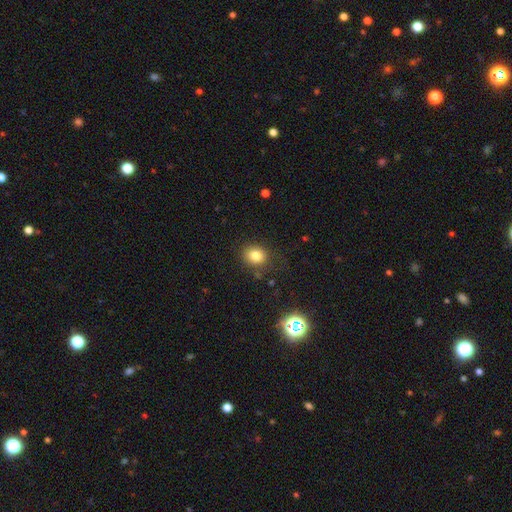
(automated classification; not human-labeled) smooth-or-featured: smooth: 80% | star or artifact: 13% | featured or disk: 7%
  how-rounded: round: 66% | in between: 33% | cigar-shaped: 1%
  merging: none: 80% | minor disturbance: 13% | major disturbance: 5% | merger: 2%